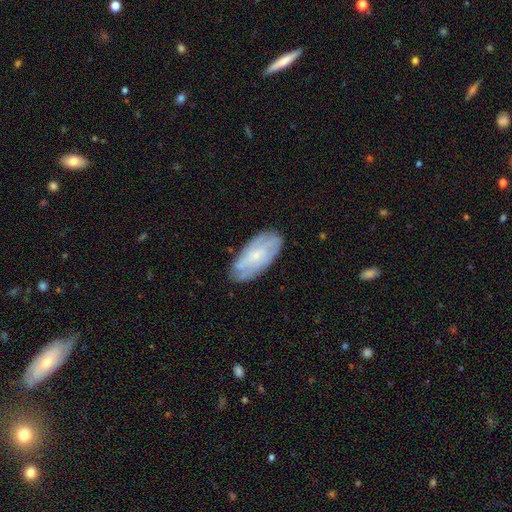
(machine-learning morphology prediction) featured or disk 53%, smooth 40%, star or artifact 7%. Down the decision tree: edge-on disk — no (89%); merging — none (76%).